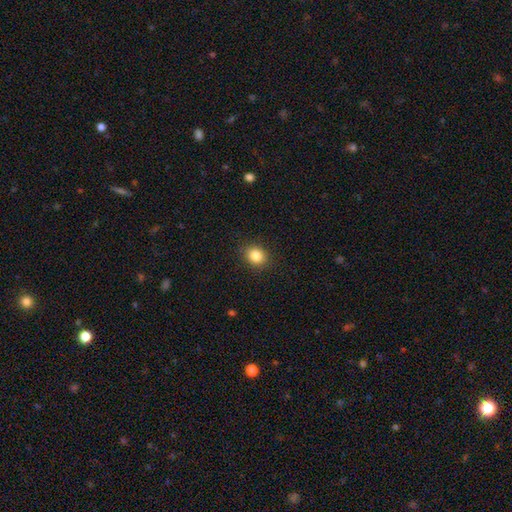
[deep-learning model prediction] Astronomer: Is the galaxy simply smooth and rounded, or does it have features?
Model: smooth — 85%.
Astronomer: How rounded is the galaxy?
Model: round — 62% (runner-up: in between, 37%).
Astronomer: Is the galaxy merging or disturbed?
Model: none — 89%.